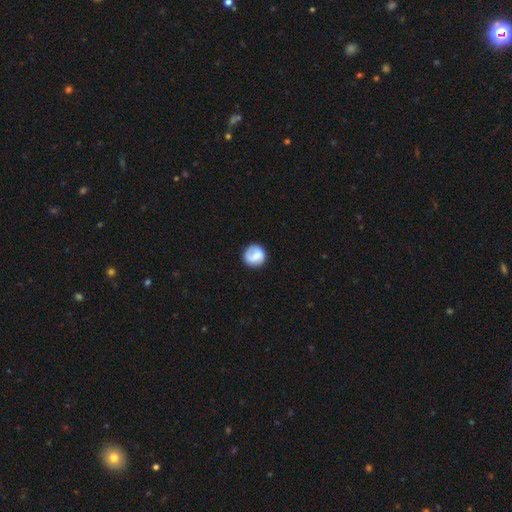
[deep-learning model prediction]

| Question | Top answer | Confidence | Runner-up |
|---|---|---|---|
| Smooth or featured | smooth | 72% | featured or disk (21%) |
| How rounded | round | 91% | in between (8%) |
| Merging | none | 75% | minor disturbance (16%) |